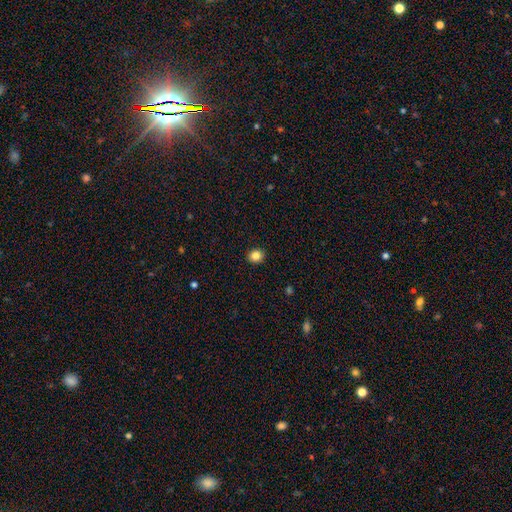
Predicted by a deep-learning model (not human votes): The model was most divided on "how rounded": round: 73%, in between: 26%, cigar-shaped: 1%. More confident: merging — none (92%); smooth or featured — smooth (84%).